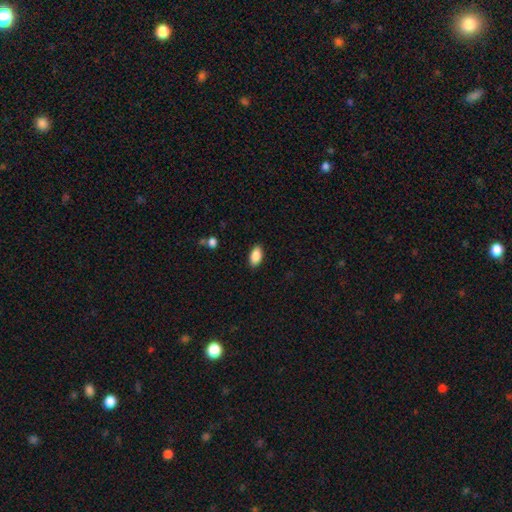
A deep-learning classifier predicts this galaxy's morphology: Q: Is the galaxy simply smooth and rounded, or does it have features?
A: smooth — 88%.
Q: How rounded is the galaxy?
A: in between — 92%.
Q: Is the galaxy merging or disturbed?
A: none — 88%.